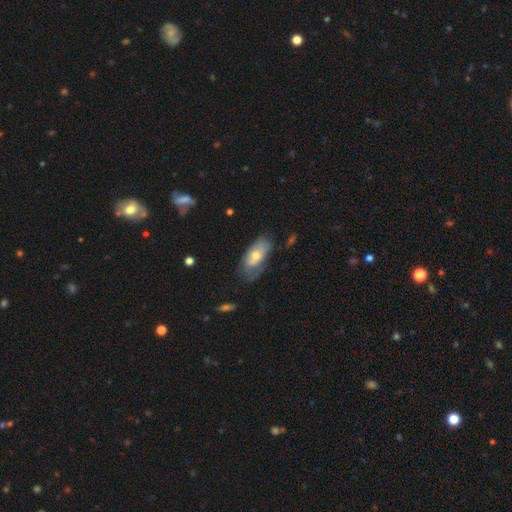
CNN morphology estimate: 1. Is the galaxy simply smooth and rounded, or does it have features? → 55% smooth, 38% featured or disk, 7% star or artifact.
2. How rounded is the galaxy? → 89% in between, 8% cigar-shaped, 4% round.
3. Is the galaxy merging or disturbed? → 42% none, 34% minor disturbance, 19% major disturbance, 5% merger.